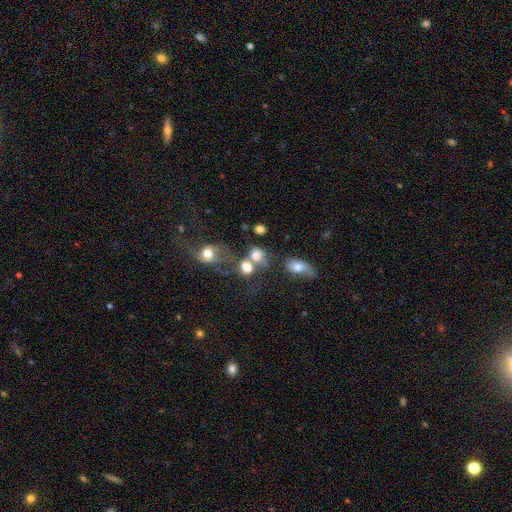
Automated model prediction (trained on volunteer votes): This appears to be a smooth galaxy with no disk features (70%) that is round (56%). Merging: merger (48%).